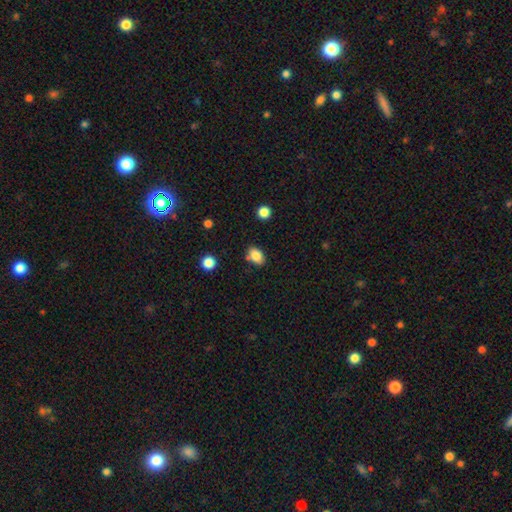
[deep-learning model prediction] A smooth galaxy with no disk features (84%) that is in between round and cigar-shaped (83%).

Vote fractions:
- Smooth or featured? smooth: 84% / star or artifact: 9% / featured or disk: 7%
- How rounded? in between: 83% / round: 16% / cigar-shaped: 1%
- Merging? none: 76% / minor disturbance: 14% / merger: 6% / major disturbance: 3%